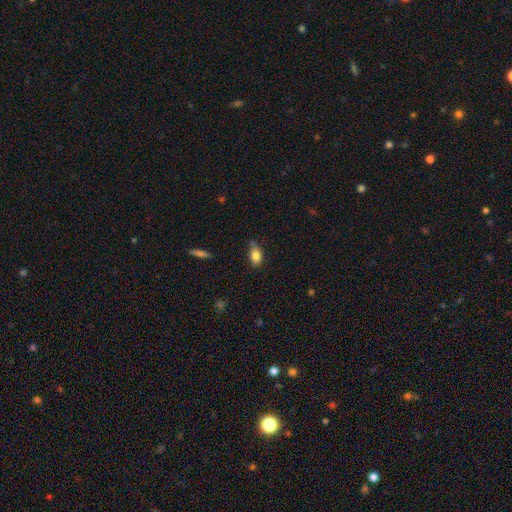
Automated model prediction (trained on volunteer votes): Q: Smooth or featured?
A: smooth (82%); runner-up: featured or disk (9%)
Q: How rounded?
A: in between (86%); runner-up: round (10%)
Q: Merging?
A: none (64%); runner-up: minor disturbance (26%)